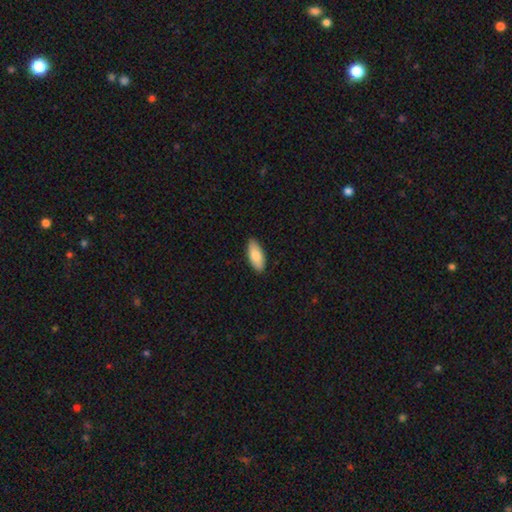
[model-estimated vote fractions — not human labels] Smooth or featured: smooth — 83% (featured or disk — 12%)
How rounded: in between — 85% (cigar-shaped — 14%)
Merging: none — 89% (minor disturbance — 8%)